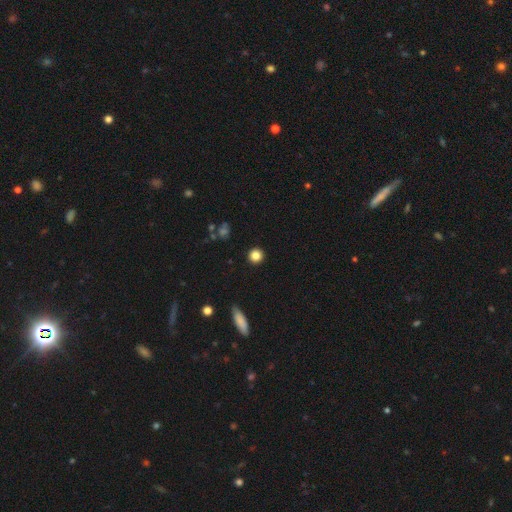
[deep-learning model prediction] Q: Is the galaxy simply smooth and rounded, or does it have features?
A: smooth — 85%.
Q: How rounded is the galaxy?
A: round — 93%.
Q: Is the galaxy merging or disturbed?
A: none — 92%.